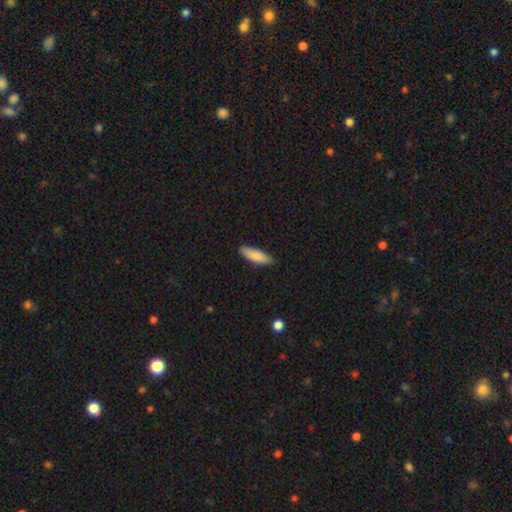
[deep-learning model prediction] smooth_or_featured: smooth (p=0.86) [alt: featured or disk p=0.08]
how_rounded: cigar-shaped (p=0.50) [alt: in between p=0.48]
merging: none (p=0.86) [alt: minor disturbance p=0.11]